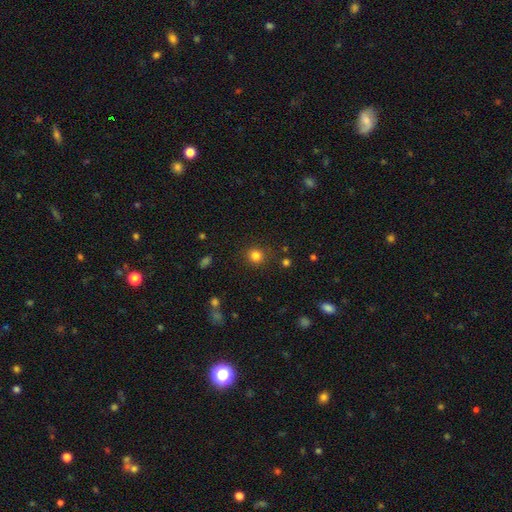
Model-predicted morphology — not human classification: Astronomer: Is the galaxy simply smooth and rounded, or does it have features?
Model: smooth — 82%.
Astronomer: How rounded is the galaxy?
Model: round — 92%.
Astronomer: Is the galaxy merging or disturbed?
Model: none — 88%.